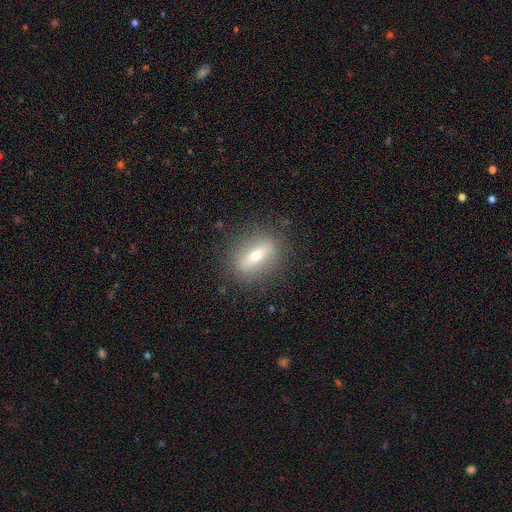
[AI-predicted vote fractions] smooth-or-featured: featured or disk: 48% | smooth: 43% | star or artifact: 9%
  merging: none: 85% | minor disturbance: 10% | major disturbance: 4% | merger: 1%